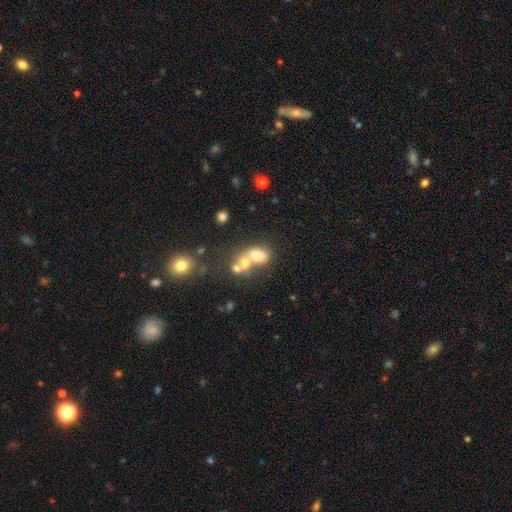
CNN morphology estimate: smooth-or-featured: smooth: 62% | featured or disk: 24% | star or artifact: 15%
  how-rounded: in between: 63% | round: 35% | cigar-shaped: 2%
  merging: merger: 57% | none: 25% | minor disturbance: 10% | major disturbance: 8%